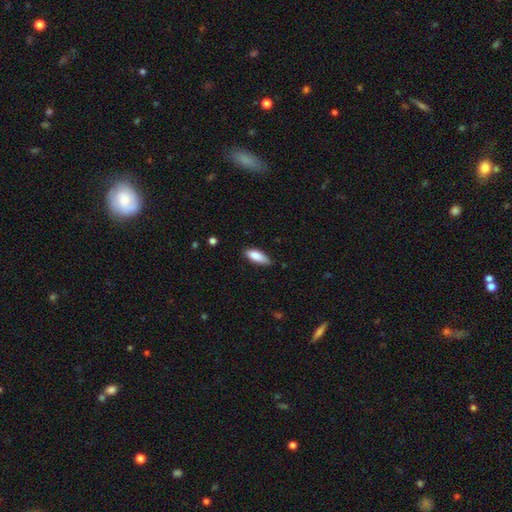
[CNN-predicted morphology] Overall: smooth (86%). How rounded: in between (75%). Merging: none (71%).